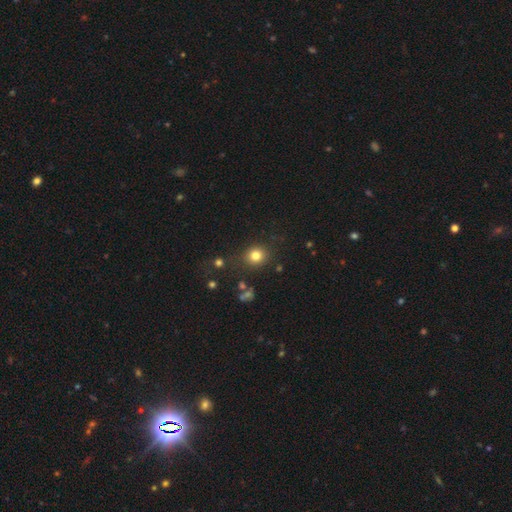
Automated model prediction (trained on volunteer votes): This is likely a smooth galaxy (80%). How rounded: clearly round (82%). Merging: clearly none (83%).